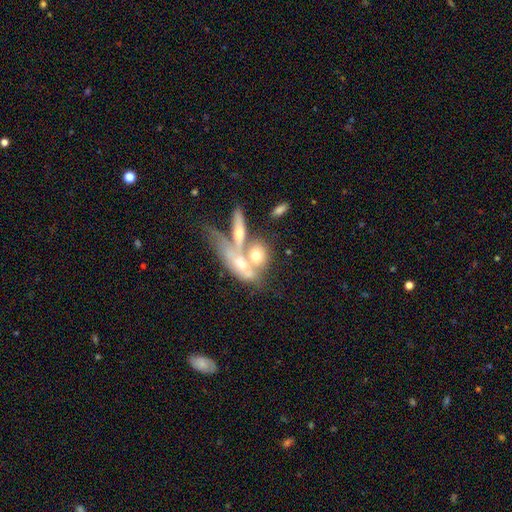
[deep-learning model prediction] Smooth or featured? Predicted: featured or disk (p=0.46). Merging? Predicted: merger (p=0.56).